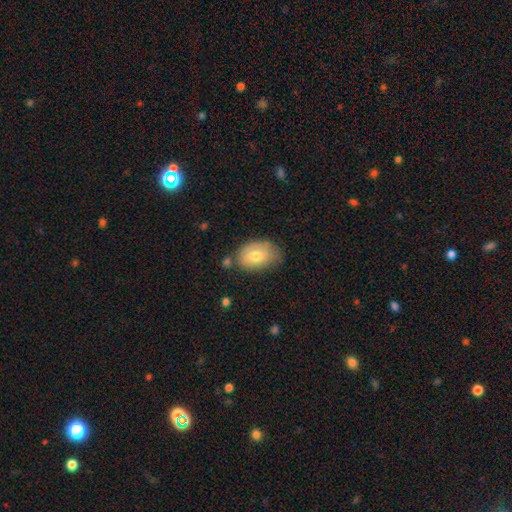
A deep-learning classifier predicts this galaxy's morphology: smooth 75%, featured or disk 18%, star or artifact 7%. Down the decision tree: how rounded — in between (87%); merging — none (62%).